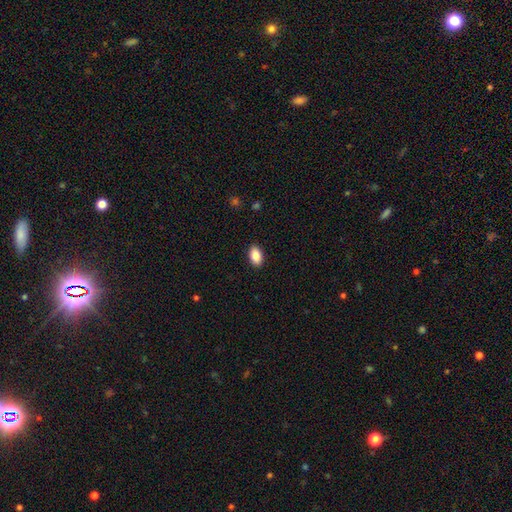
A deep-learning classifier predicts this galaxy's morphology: Smooth or featured?
  - smooth: 87% *
  - star or artifact: 7%
  - featured or disk: 6%
How rounded?
  - in between: 92% *
  - round: 7%
  - cigar-shaped: 2%
Merging?
  - none: 90% *
  - minor disturbance: 7%
  - major disturbance: 2%
  - merger: 1%